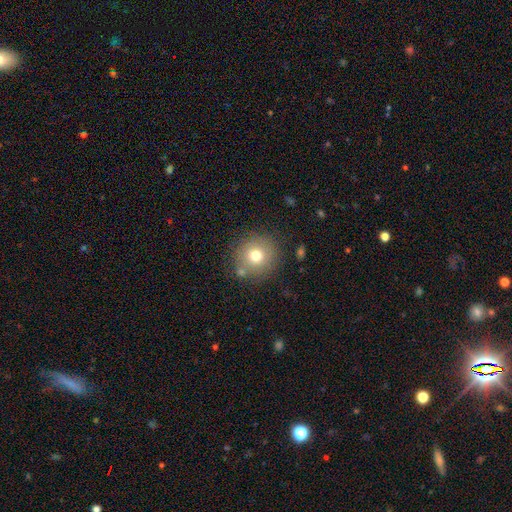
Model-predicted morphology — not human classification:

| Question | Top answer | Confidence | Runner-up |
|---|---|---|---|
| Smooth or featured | smooth | 74% | featured or disk (14%) |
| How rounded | round | 92% | in between (7%) |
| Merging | none | 80% | minor disturbance (10%) |